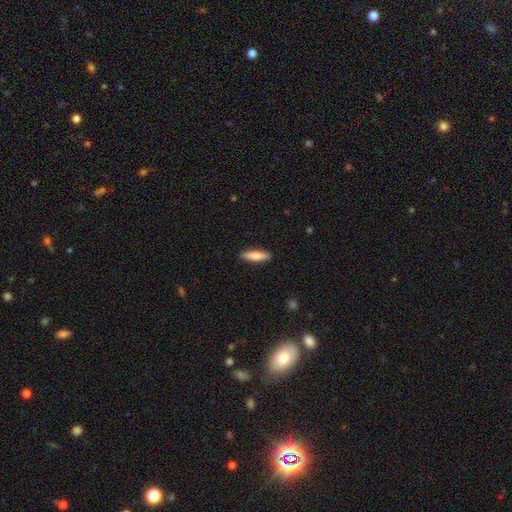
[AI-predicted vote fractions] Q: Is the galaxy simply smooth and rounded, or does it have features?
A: smooth — 73%.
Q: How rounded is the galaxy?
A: cigar-shaped — 70%.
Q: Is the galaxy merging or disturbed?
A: none — 90%.